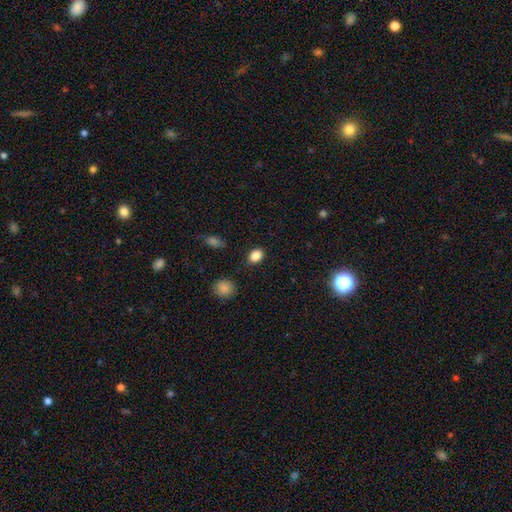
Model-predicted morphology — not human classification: Smooth or featured?
  - smooth: 86% *
  - star or artifact: 10%
  - featured or disk: 4%
How rounded?
  - in between: 68% *
  - round: 31%
  - cigar-shaped: 1%
Merging?
  - none: 86% *
  - minor disturbance: 10%
  - major disturbance: 3%
  - merger: 2%